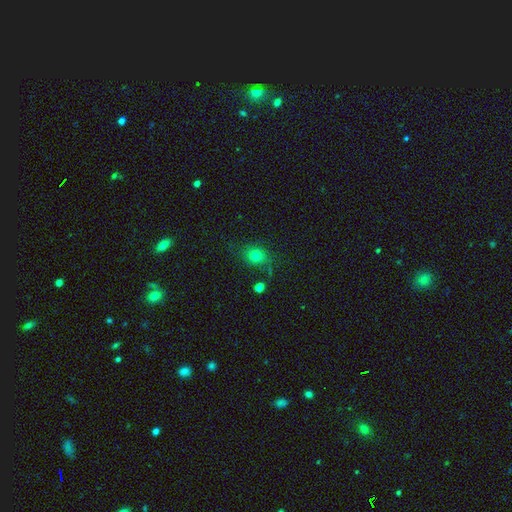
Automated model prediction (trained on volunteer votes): smooth 75%, star or artifact 15%, featured or disk 10%. Down the decision tree: how rounded — round (68%); merging — none (70%).